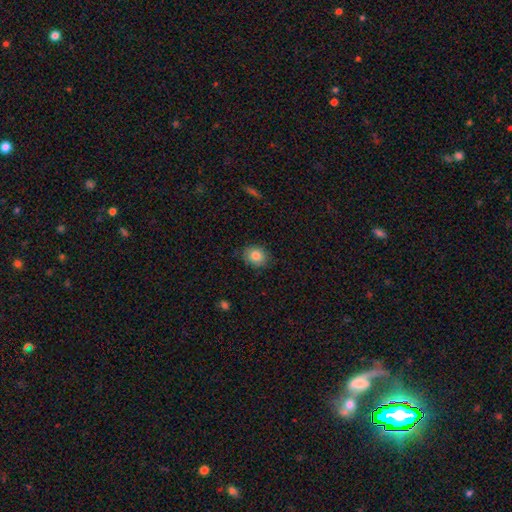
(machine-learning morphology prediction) type=smooth (83%); roundness=round (66%); merging=none (84%).